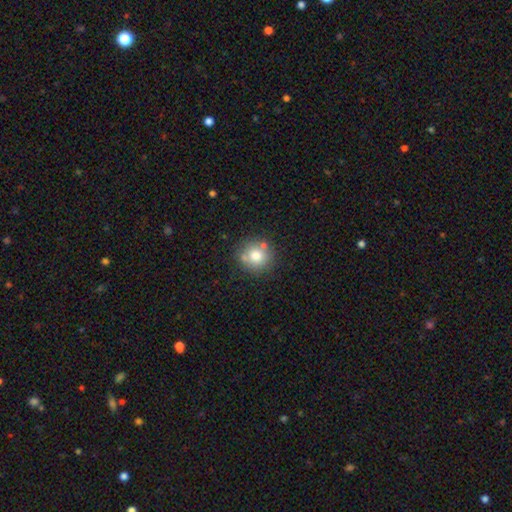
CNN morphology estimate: Smooth or featured?
  - smooth: 75% *
  - featured or disk: 13%
  - star or artifact: 11%
How rounded?
  - round: 89% *
  - in between: 10%
  - cigar-shaped: 1%
Merging?
  - none: 73% *
  - minor disturbance: 13%
  - merger: 10%
  - major disturbance: 4%